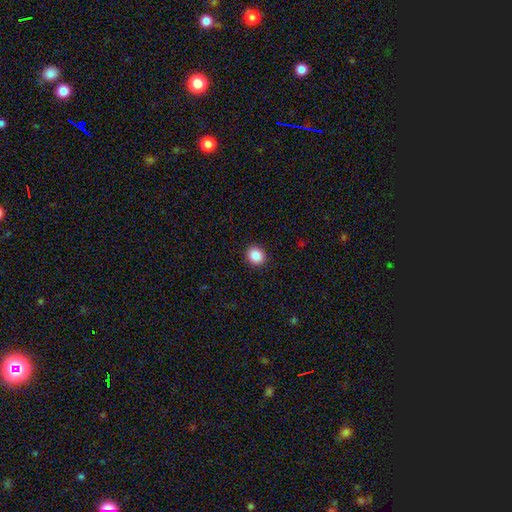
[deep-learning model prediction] A smooth galaxy with no disk features (88%) that is round (81%). Merging: none (92%).